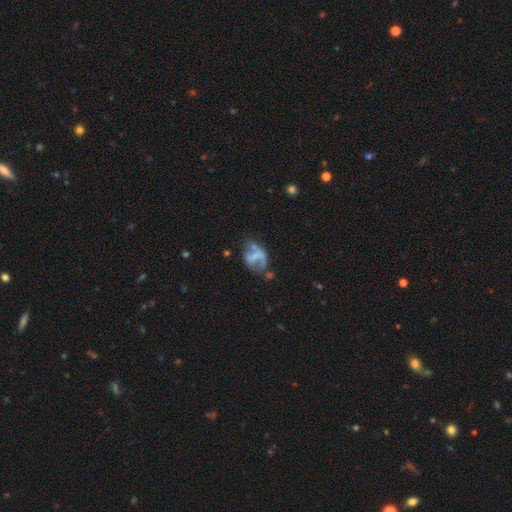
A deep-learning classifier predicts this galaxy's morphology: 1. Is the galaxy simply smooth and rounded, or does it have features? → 50% featured or disk, 38% smooth, 12% star or artifact.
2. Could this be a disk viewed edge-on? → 96% no, 4% yes.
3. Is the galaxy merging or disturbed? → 32% major disturbance, 31% none, 23% minor disturbance, 14% merger.